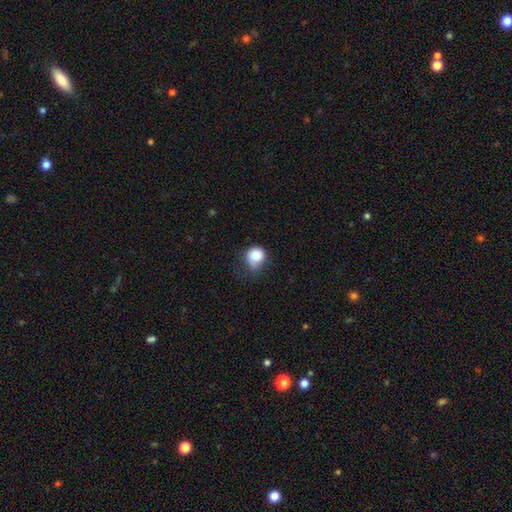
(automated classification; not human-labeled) Smooth or featured: smooth — 86% (star or artifact — 9%)
How rounded: round — 77% (in between — 22%)
Merging: none — 42% (minor disturbance — 39%)